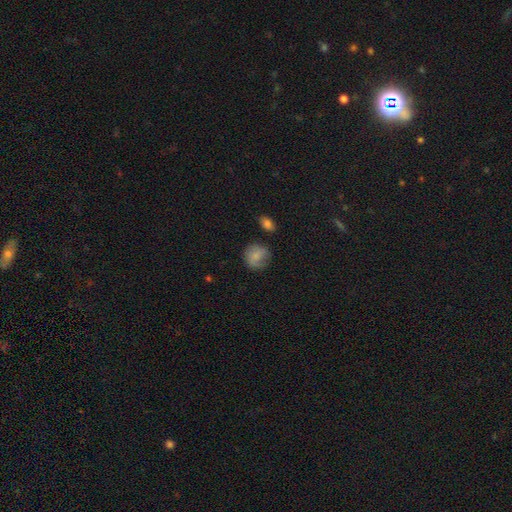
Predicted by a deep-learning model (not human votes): A smooth galaxy with no disk features (77%) that is round (83%). Merging: none (67%).